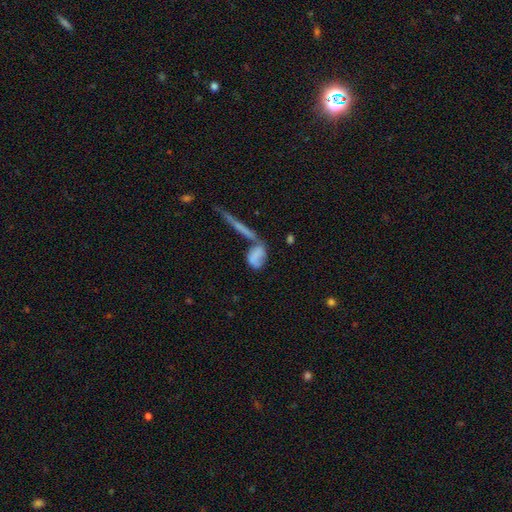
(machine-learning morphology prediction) Smooth or featured?
  - smooth: 66% *
  - featured or disk: 25%
  - star or artifact: 9%
How rounded?
  - in between: 74% *
  - round: 14%
  - cigar-shaped: 12%
Merging?
  - merger: 42% *
  - none: 29%
  - minor disturbance: 16%
  - major disturbance: 13%